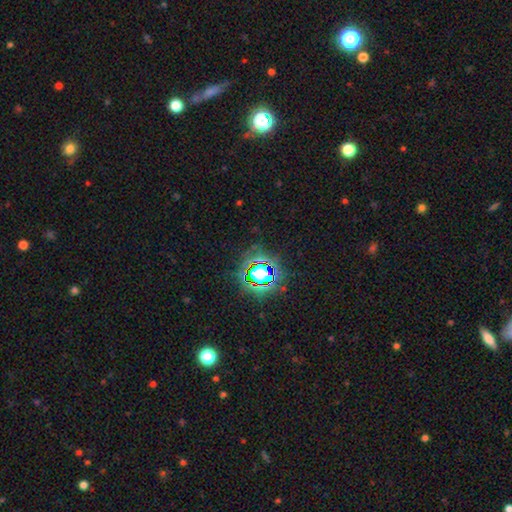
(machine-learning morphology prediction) smooth-or-featured: star or artifact: 80% | smooth: 13% | featured or disk: 8%